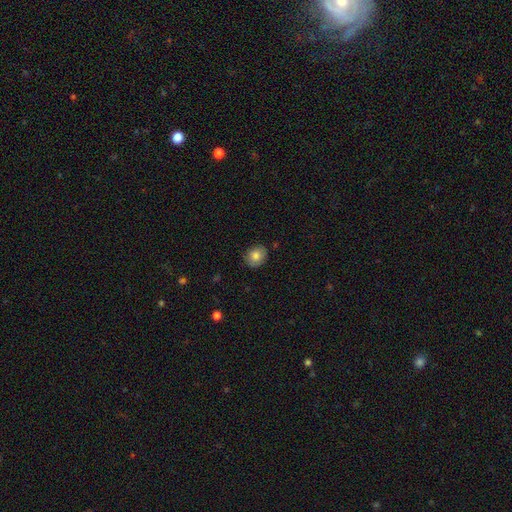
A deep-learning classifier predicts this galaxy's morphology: The model was most divided on "how rounded": round: 63%, in between: 36%, cigar-shaped: 1%. More confident: merging — none (83%); smooth or featured — smooth (81%).